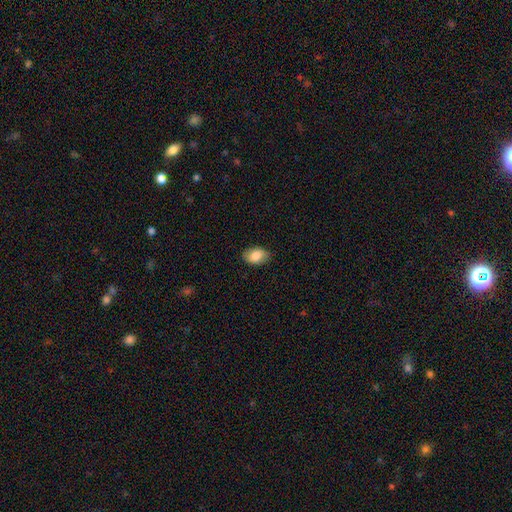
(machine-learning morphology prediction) Overall: smooth (84%). How rounded: in between (87%). Merging: none (85%).